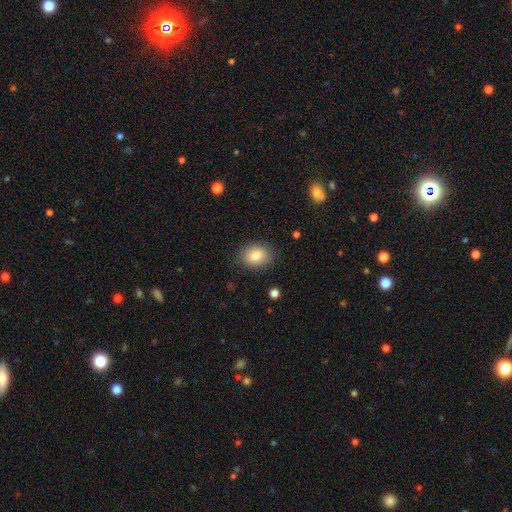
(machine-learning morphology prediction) type=smooth (81%); roundness=in between (58%); merging=none (84%).